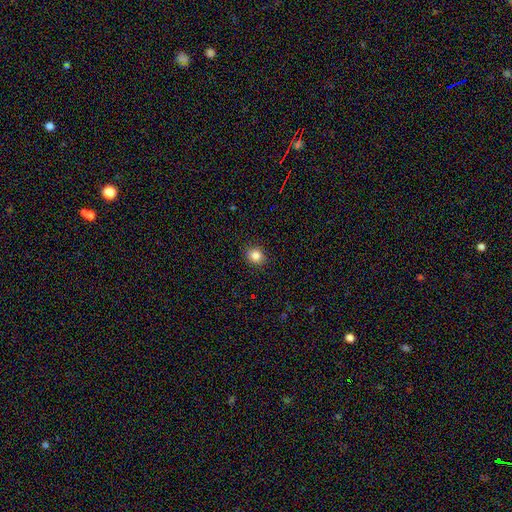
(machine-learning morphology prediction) This is clearly a smooth galaxy (85%). How rounded: likely round (69%). Merging: clearly none (90%).